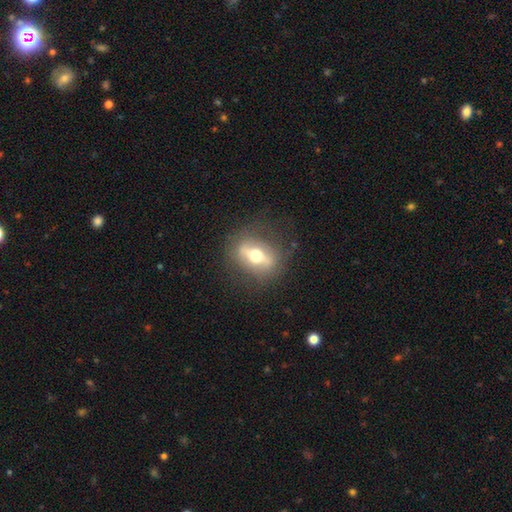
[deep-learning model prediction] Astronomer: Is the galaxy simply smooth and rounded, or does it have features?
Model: featured or disk — 62%.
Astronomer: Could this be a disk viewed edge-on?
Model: no — 56% (runner-up: yes, 44%).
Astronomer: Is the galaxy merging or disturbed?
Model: none — 79%.